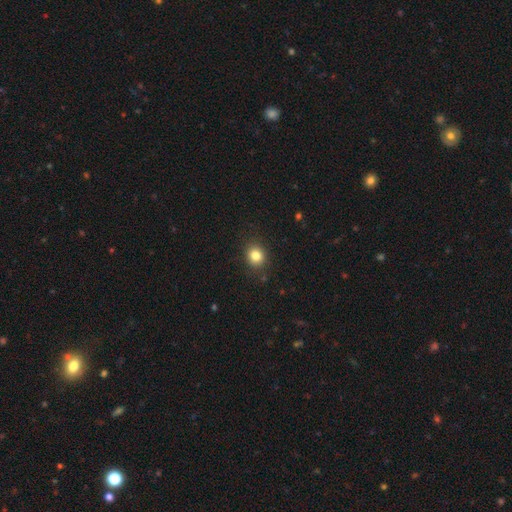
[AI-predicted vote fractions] The model was most divided on "how rounded": round: 74%, in between: 25%, cigar-shaped: 1%. More confident: merging — none (87%); smooth or featured — smooth (82%).